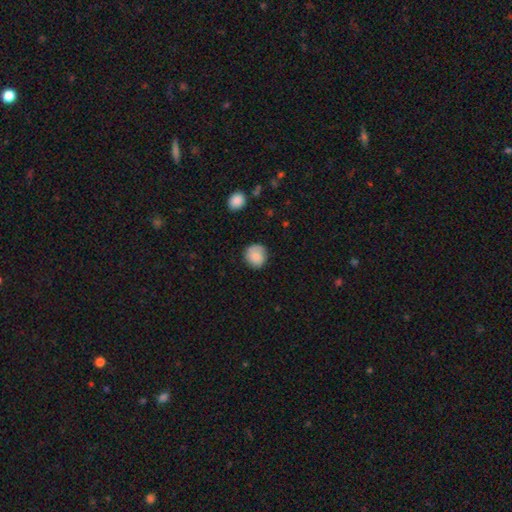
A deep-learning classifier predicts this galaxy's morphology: Smooth or featured? Predicted: smooth (p=0.79). How rounded? Predicted: round (p=0.88). Merging? Predicted: none (p=0.78).